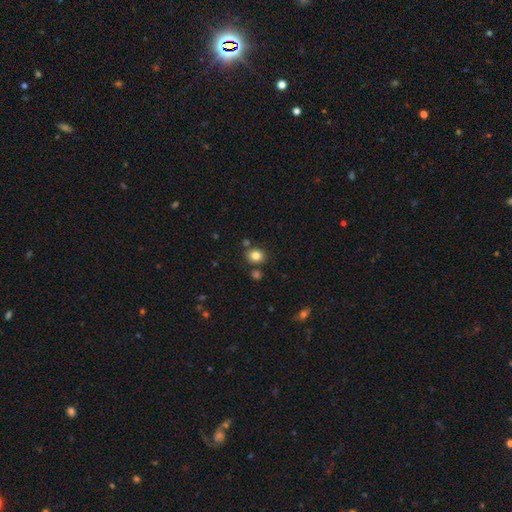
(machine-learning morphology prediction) Smooth or featured: smooth — 82% (star or artifact — 11%)
How rounded: round — 66% (in between — 33%)
Merging: none — 80% (minor disturbance — 10%)